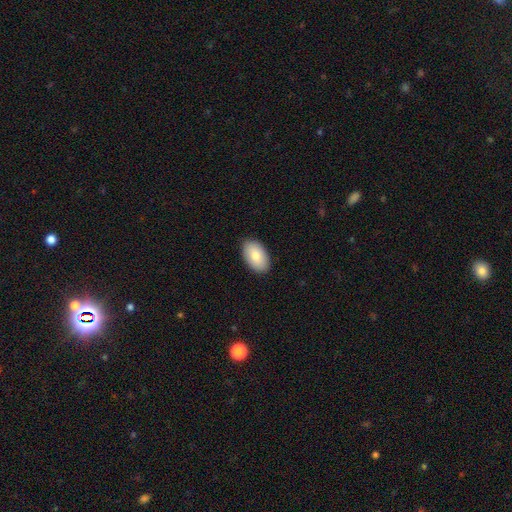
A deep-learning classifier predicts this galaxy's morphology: type=smooth (81%); roundness=in between (94%); merging=none (89%).